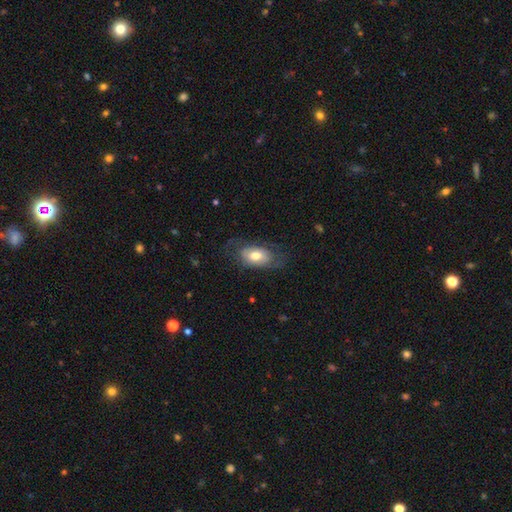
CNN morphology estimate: A smooth galaxy with no disk features (52%) that is in between round and cigar-shaped (91%). Merging: none (60%).